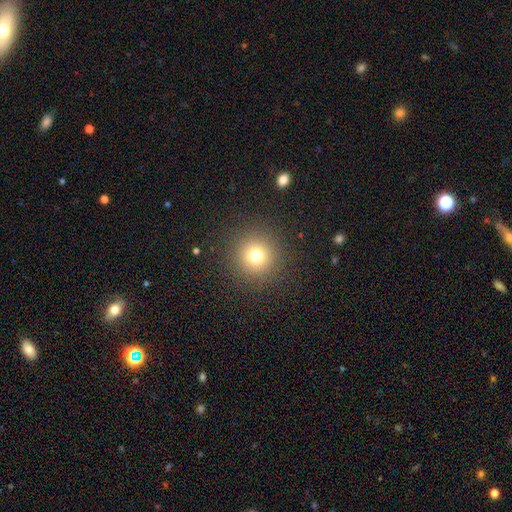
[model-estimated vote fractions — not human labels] Morphology: type=smooth (74%); roundness=round (95%); merging=none (90%).